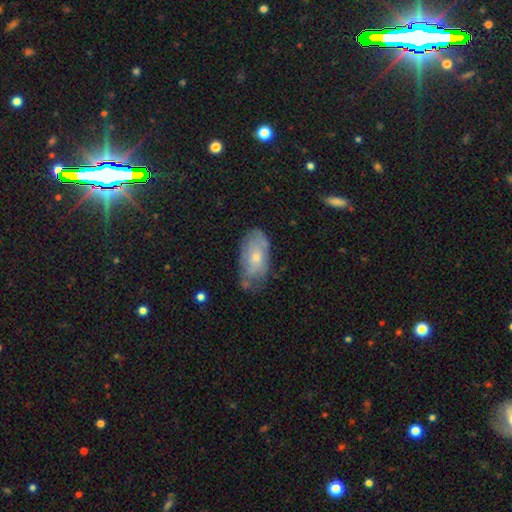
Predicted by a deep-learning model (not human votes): Smooth or featured?
  - smooth: 54% *
  - featured or disk: 38%
  - star or artifact: 8%
How rounded?
  - in between: 92% *
  - cigar-shaped: 5%
  - round: 4%
Merging?
  - none: 56% *
  - minor disturbance: 32%
  - major disturbance: 9%
  - merger: 3%